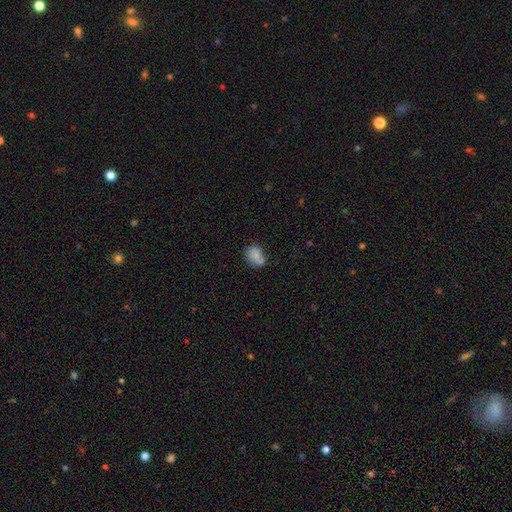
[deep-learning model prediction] Q: Smooth or featured?
A: smooth (75%); runner-up: featured or disk (16%)
Q: How rounded?
A: in between (66%); runner-up: round (33%)
Q: Merging?
A: none (51%); runner-up: minor disturbance (25%)